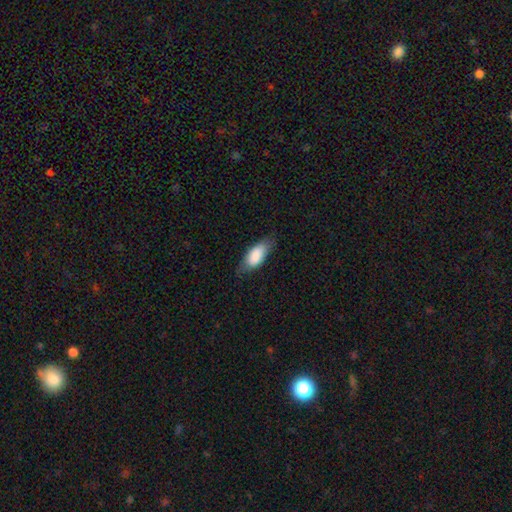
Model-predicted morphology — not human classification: A smooth galaxy with no disk features (82%) that is in between round and cigar-shaped (82%). Merging: none (71%).